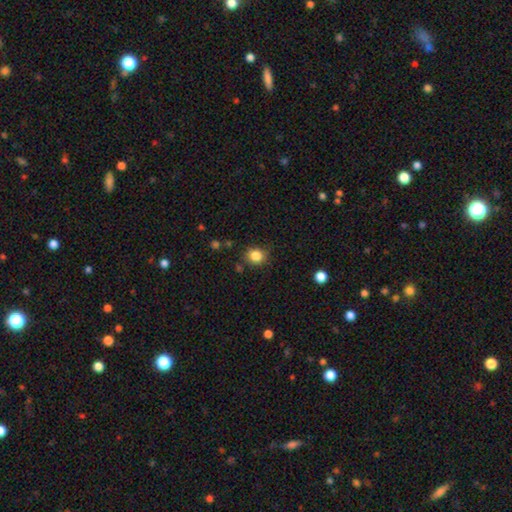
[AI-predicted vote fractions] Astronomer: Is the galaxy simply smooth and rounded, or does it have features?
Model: smooth — 84%.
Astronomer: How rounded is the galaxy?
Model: round — 78%.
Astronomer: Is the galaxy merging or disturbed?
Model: none — 81%.